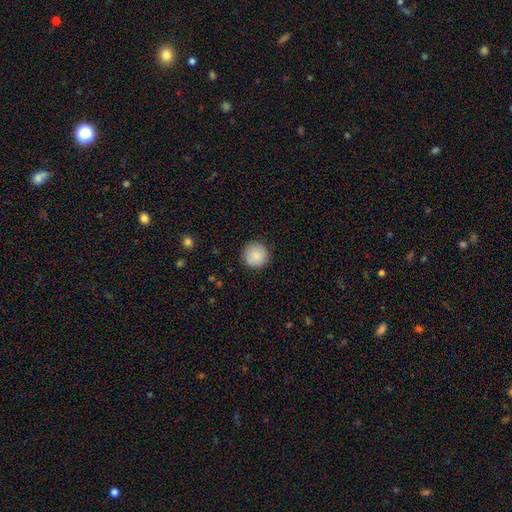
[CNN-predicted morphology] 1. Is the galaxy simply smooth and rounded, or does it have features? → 87% smooth, 7% star or artifact, 6% featured or disk.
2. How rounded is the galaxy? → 96% round, 3% in between, 1% cigar-shaped.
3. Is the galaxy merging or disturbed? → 89% none, 8% minor disturbance, 2% major disturbance, 1% merger.